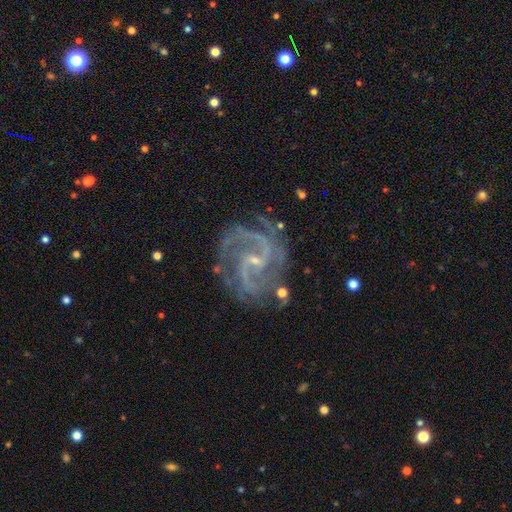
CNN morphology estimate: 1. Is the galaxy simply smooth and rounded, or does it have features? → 89% featured or disk, 7% star or artifact, 3% smooth.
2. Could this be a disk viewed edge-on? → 98% no, 2% yes.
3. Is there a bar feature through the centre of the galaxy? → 52% weak, 27% no, 22% strong.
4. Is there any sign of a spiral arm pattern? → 98% yes, 2% no.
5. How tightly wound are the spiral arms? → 58% medium, 25% tight, 17% loose.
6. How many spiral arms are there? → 75% 2, 9% 3, 6% can't tell, 3% 4, 3% 1, 3% more than 4.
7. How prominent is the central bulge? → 77% small, 14% moderate, 7% none, 1% large, 1% dominant.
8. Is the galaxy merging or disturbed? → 73% none, 16% minor disturbance, 8% major disturbance, 3% merger.